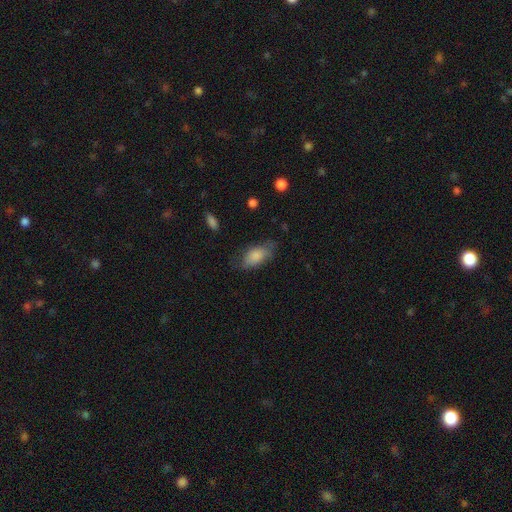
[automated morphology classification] A smooth galaxy with no disk features (80%) that is in between round and cigar-shaped (90%).

Vote fractions:
- Smooth or featured? smooth: 80% / featured or disk: 13% / star or artifact: 7%
- How rounded? in between: 90% / cigar-shaped: 6% / round: 5%
- Merging? none: 56% / minor disturbance: 29% / major disturbance: 13% / merger: 2%